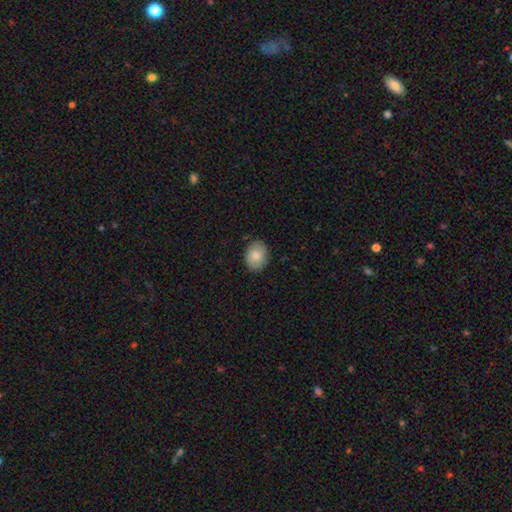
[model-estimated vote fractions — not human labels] smooth-or-featured: smooth: 83% | featured or disk: 10% | star or artifact: 7%
  how-rounded: in between: 61% | round: 38% | cigar-shaped: 1%
  merging: none: 85% | minor disturbance: 12% | major disturbance: 2% | merger: 1%